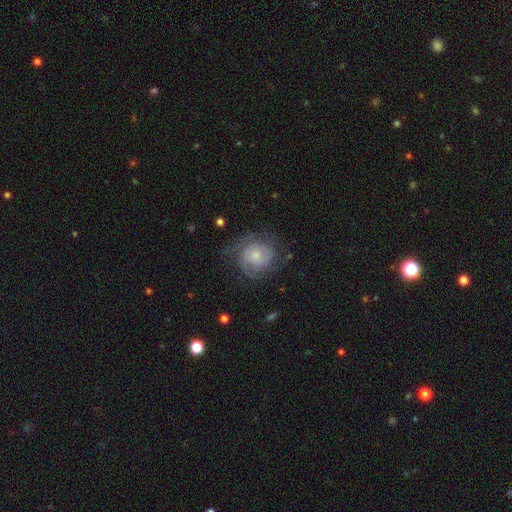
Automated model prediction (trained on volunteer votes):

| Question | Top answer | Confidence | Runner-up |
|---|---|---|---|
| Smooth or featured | featured or disk | 68% | smooth (25%) |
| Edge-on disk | no | 98% | yes (2%) |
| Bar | no | 77% | weak (20%) |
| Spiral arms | yes | 88% | no (12%) |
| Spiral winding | tight | 56% | medium (32%) |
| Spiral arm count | can't tell | 36% | 2 (33%) |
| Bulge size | small | 49% | moderate (37%) |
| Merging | none | 61% | minor disturbance (22%) |